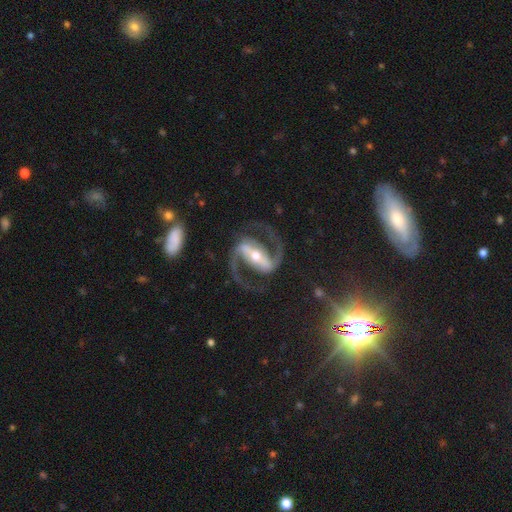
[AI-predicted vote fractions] Q: Smooth or featured?
A: featured or disk (93%); runner-up: star or artifact (4%)
Q: Edge-on disk?
A: no (97%); runner-up: yes (3%)
Q: Bar?
A: strong (74%); runner-up: weak (19%)
Q: Spiral arms?
A: yes (98%); runner-up: no (2%)
Q: Spiral winding?
A: medium (65%); runner-up: loose (21%)
Q: Spiral arm count?
A: 2 (95%); runner-up: can't tell (1%)
Q: Bulge size?
A: moderate (60%); runner-up: small (31%)
Q: Merging?
A: none (82%); runner-up: minor disturbance (10%)